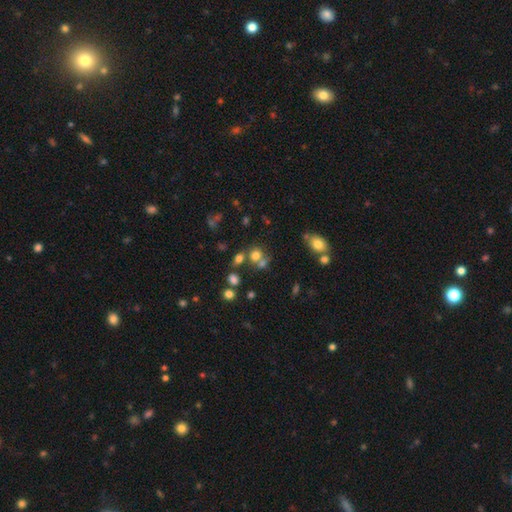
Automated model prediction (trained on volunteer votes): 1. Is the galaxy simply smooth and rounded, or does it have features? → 69% smooth, 19% star or artifact, 12% featured or disk.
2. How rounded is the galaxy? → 80% round, 19% in between, 1% cigar-shaped.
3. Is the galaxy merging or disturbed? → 53% none, 32% merger, 10% minor disturbance, 5% major disturbance.